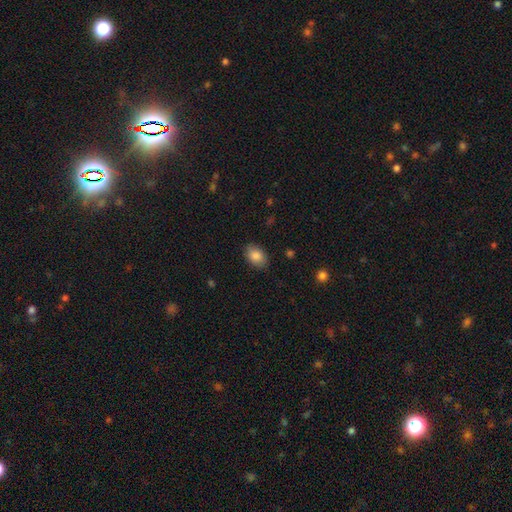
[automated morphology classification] A smooth galaxy with no disk features (86%) that is in between round and cigar-shaped (84%).

Vote fractions:
- Smooth or featured? smooth: 86% / star or artifact: 7% / featured or disk: 7%
- How rounded? in between: 84% / round: 15% / cigar-shaped: 1%
- Merging? none: 86% / minor disturbance: 10% / major disturbance: 3% / merger: 1%